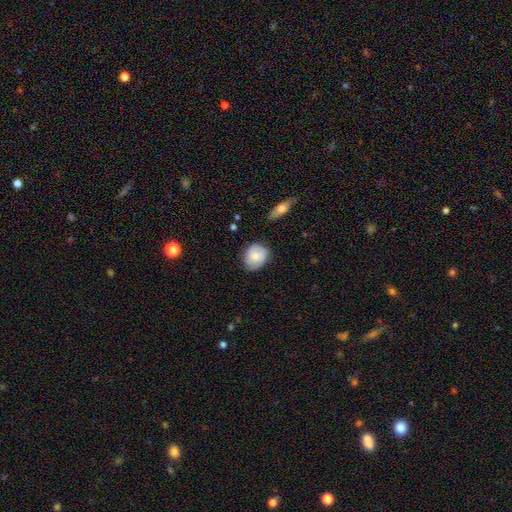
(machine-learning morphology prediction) Smooth or featured? smooth (74%)
How rounded? round (65%)
Merging? none (70%)